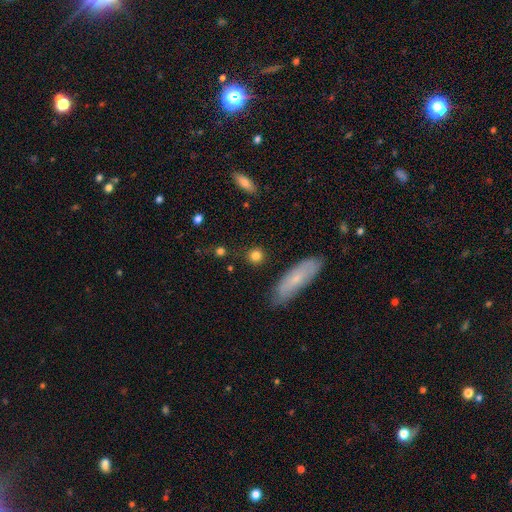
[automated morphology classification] A smooth galaxy with no disk features (83%) that is round (85%).

Vote fractions:
- Smooth or featured? smooth: 83% / star or artifact: 9% / featured or disk: 8%
- How rounded? round: 85% / in between: 10% / cigar-shaped: 5%
- Merging? none: 85% / minor disturbance: 9% / merger: 3% / major disturbance: 3%